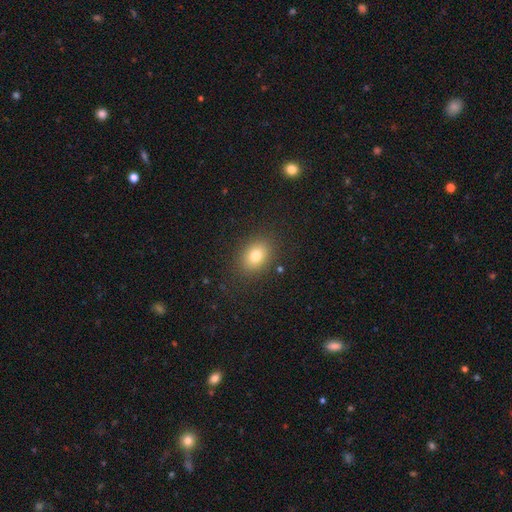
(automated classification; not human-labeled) smooth 78%, star or artifact 12%, featured or disk 10%. Down the decision tree: how rounded — in between (61%); merging — none (86%).